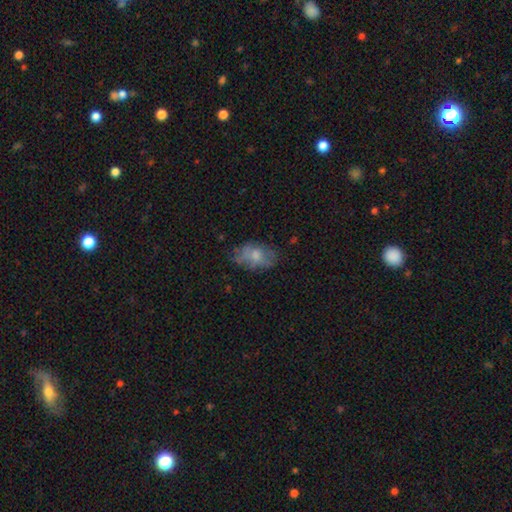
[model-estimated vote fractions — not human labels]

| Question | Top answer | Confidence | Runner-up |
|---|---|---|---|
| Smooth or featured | smooth | 57% | featured or disk (34%) |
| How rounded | in between | 88% | round (10%) |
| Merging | none | 59% | minor disturbance (26%) |